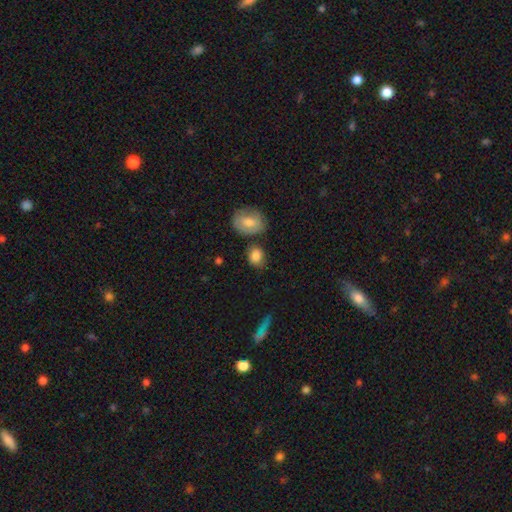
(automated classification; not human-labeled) Smooth or featured? smooth (84%)
How rounded? round (55%)
Merging? none (69%)